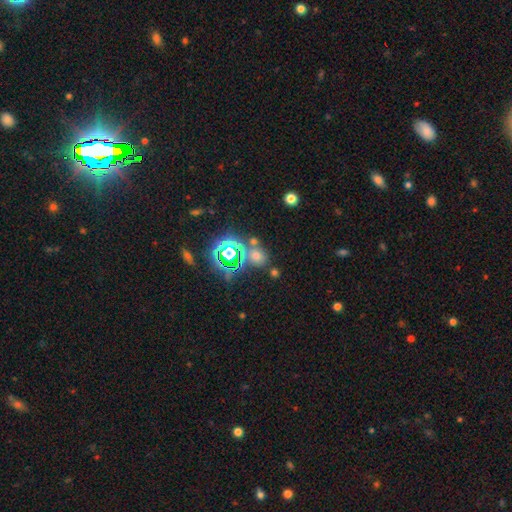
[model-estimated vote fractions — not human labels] Overall: smooth (53%; star or artifact 39%). How rounded: round (61%; in between 37%). Merging: none (70%).